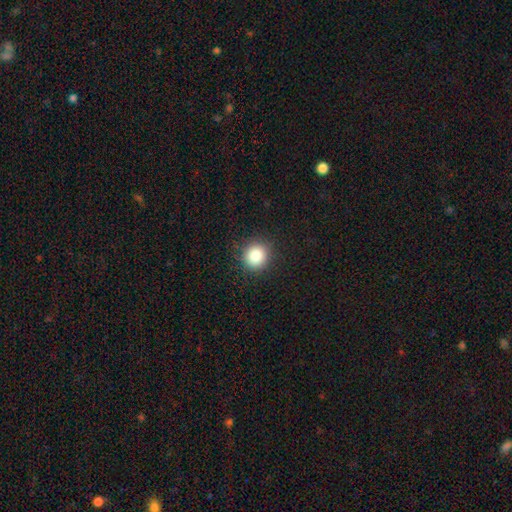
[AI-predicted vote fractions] Smooth or featured?
  - smooth: 86% *
  - star or artifact: 10%
  - featured or disk: 4%
How rounded?
  - round: 90% *
  - in between: 9%
  - cigar-shaped: 1%
Merging?
  - none: 89% *
  - minor disturbance: 7%
  - major disturbance: 2%
  - merger: 1%